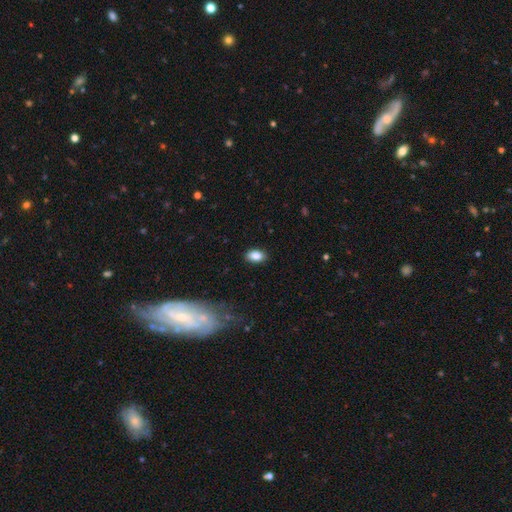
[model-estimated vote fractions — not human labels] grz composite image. It shows a smooth galaxy with no disk features (85%) that is in between round and cigar-shaped (88%). Merging: none (88%).